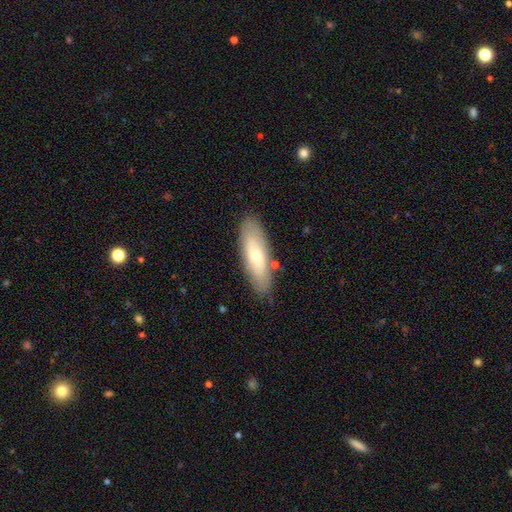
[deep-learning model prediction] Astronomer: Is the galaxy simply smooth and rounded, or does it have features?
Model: smooth — 59% (runner-up: featured or disk, 35%).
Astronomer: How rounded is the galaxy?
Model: in between — 57% (runner-up: cigar-shaped, 41%).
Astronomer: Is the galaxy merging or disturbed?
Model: none — 82%.